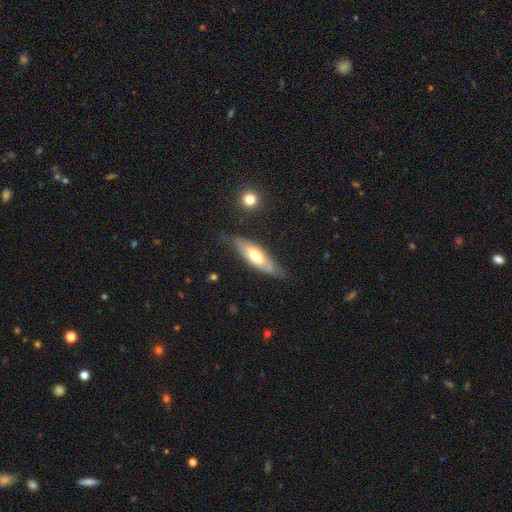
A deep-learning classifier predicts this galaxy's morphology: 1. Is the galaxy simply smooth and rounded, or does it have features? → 48% featured or disk, 47% smooth, 6% star or artifact.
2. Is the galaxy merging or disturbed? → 67% none, 24% minor disturbance, 6% major disturbance, 2% merger.